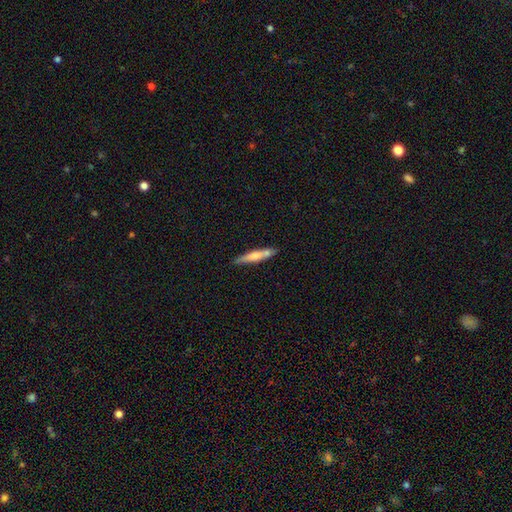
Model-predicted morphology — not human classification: The model was most divided on "smooth or featured": smooth: 58%, featured or disk: 37%, star or artifact: 6%. More confident: how rounded — cigar-shaped (90%); merging — none (71%).